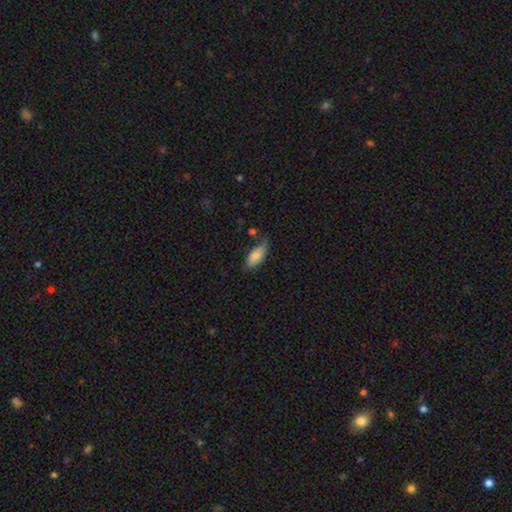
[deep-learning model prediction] A smooth galaxy with no disk features (83%) that is in between round and cigar-shaped (83%). Merging: none (61%).